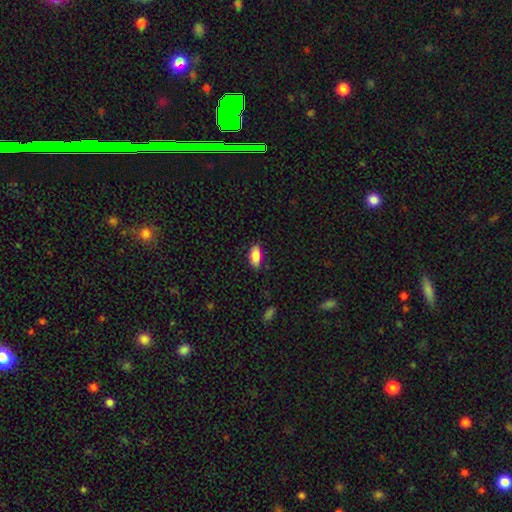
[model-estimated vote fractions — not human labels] The model was most divided on "merging": none: 79%, minor disturbance: 16%, major disturbance: 3%, merger: 2%. More confident: how rounded — in between (87%); smooth or featured — smooth (85%).